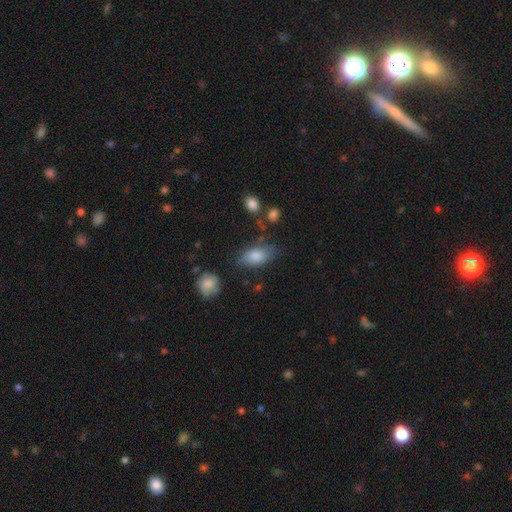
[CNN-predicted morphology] Smooth or featured? smooth (80%)
How rounded? in between (89%)
Merging? none (65%)